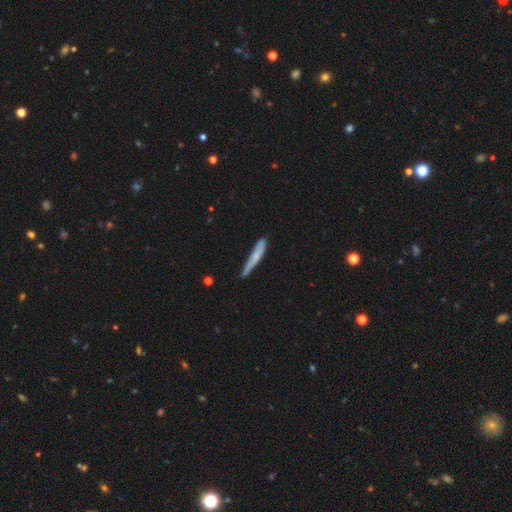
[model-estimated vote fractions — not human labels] smooth_or_featured: smooth (p=0.57) [alt: featured or disk p=0.37]
how_rounded: cigar-shaped (p=0.94) [alt: in between p=0.05]
merging: none (p=0.67) [alt: minor disturbance p=0.25]